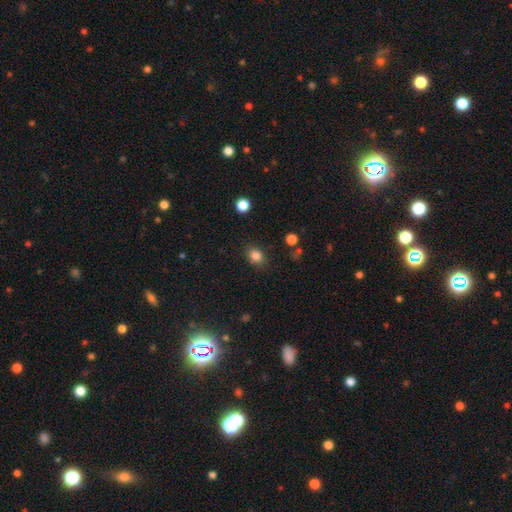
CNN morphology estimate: A smooth galaxy with no disk features (83%) that is in between round and cigar-shaped (58%).

Vote fractions:
- Smooth or featured? smooth: 83% / star or artifact: 11% / featured or disk: 6%
- How rounded? in between: 58% / round: 41% / cigar-shaped: 1%
- Merging? none: 84% / minor disturbance: 11% / major disturbance: 3% / merger: 2%